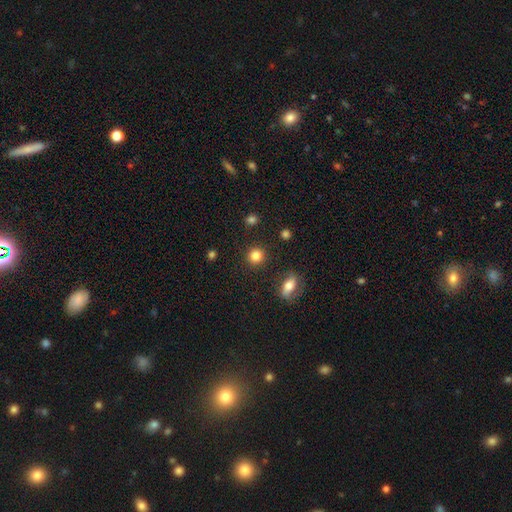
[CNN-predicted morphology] smooth-or-featured: smooth: 84% | star or artifact: 11% | featured or disk: 5%
  how-rounded: round: 91% | in between: 8% | cigar-shaped: 1%
  merging: none: 90% | minor disturbance: 6% | major disturbance: 2% | merger: 2%